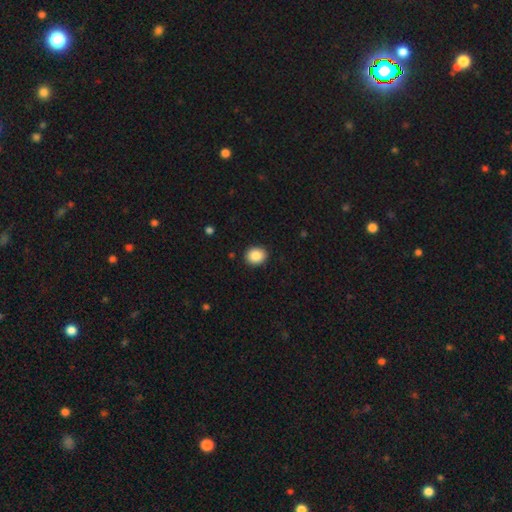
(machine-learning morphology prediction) Smooth or featured?
  - smooth: 88% *
  - star or artifact: 8%
  - featured or disk: 4%
How rounded?
  - round: 65% *
  - in between: 34%
  - cigar-shaped: 1%
Merging?
  - none: 91% *
  - minor disturbance: 6%
  - major disturbance: 2%
  - merger: 1%